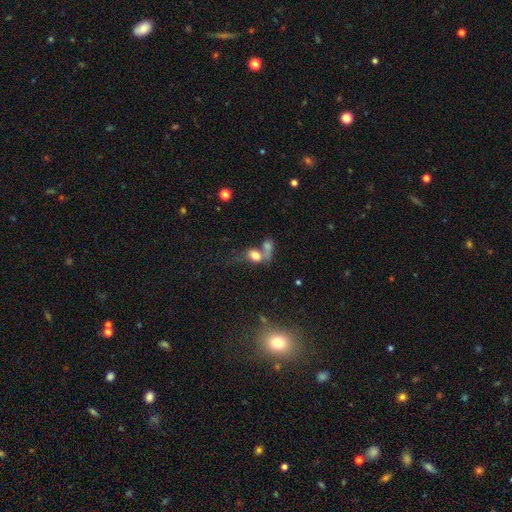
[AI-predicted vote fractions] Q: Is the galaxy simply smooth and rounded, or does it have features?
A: smooth — 70%.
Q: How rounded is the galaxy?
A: in between — 73%.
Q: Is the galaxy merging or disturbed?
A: merger — 54%.